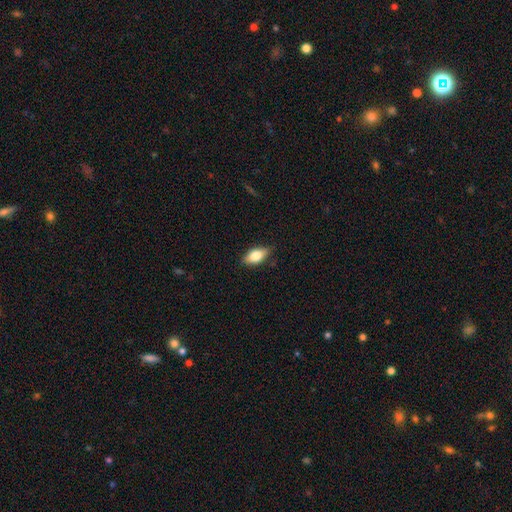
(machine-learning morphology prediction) This is likely a smooth galaxy (73%). How rounded: clearly in between (86%). Merging: clearly none (83%).